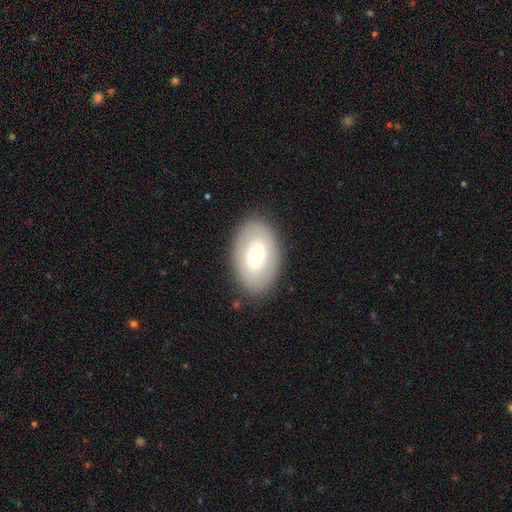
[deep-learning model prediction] smooth_or_featured: smooth (p=0.52) [alt: featured or disk p=0.40]
how_rounded: in between (p=0.89) [alt: round p=0.10]
merging: none (p=0.87) [alt: minor disturbance p=0.09]